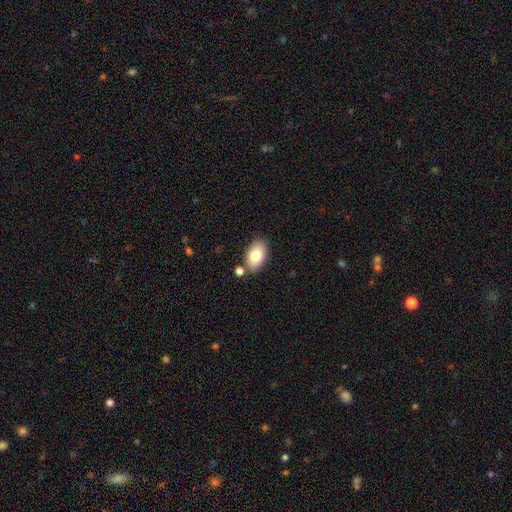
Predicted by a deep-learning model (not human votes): A smooth galaxy with no disk features (80%) that is in between round and cigar-shaped (93%). Merging: none (78%).